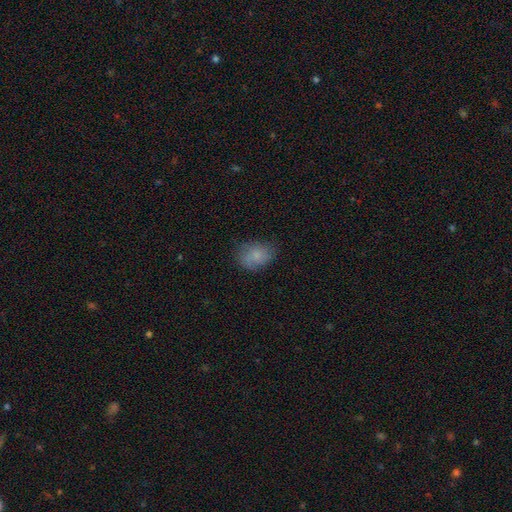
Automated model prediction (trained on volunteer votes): Overall: smooth (77%). How rounded: in between (76%). Merging: none (68%).